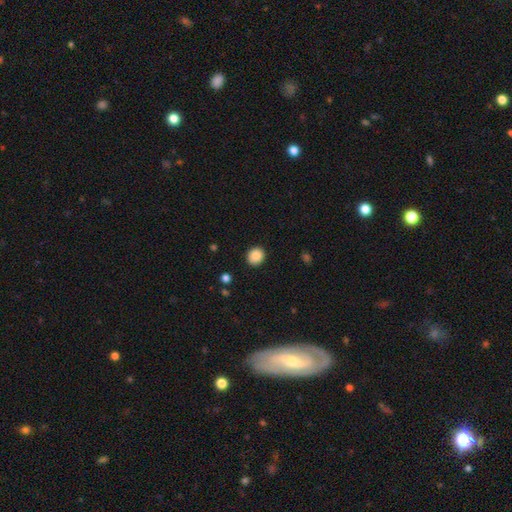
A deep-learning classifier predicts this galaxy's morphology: Smooth or featured: smooth — 88% (star or artifact — 9%)
How rounded: round — 77% (in between — 22%)
Merging: none — 90% (minor disturbance — 7%)